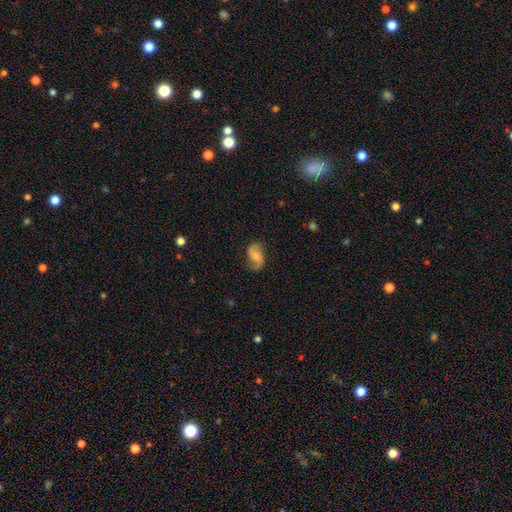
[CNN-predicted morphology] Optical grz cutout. It shows a featured or disk galaxy (68%) with no bar (54%), 2 (85%) loose (44%) spiral arms (93%) and a moderate central bulge (54%). Merging: none (73%).